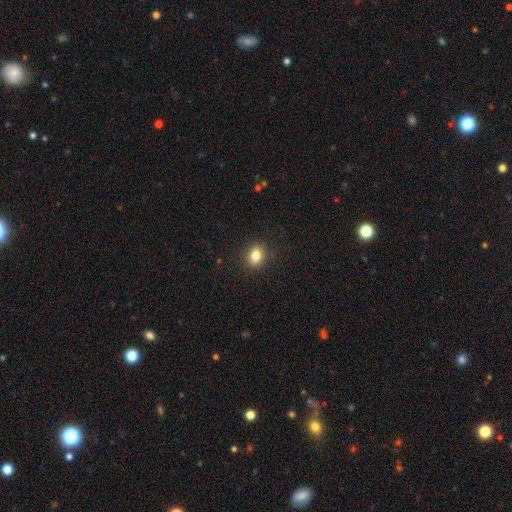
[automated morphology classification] type=smooth (83%); roundness=in between (54%); merging=none (89%).